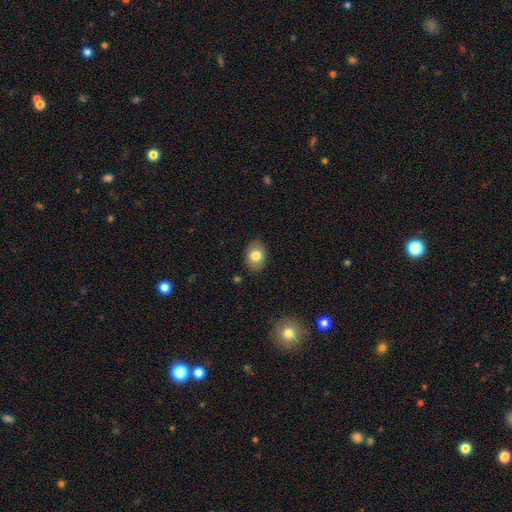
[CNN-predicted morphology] Smooth or featured? Predicted: smooth (p=0.80). How rounded? Predicted: in between (p=0.71). Merging? Predicted: none (p=0.87).